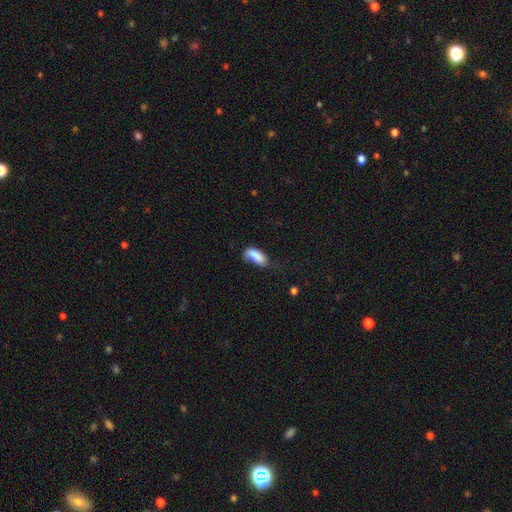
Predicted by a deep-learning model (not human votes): This appears to be a smooth galaxy with no disk features (84%) that is in between round and cigar-shaped (80%). Merging: none (42%).